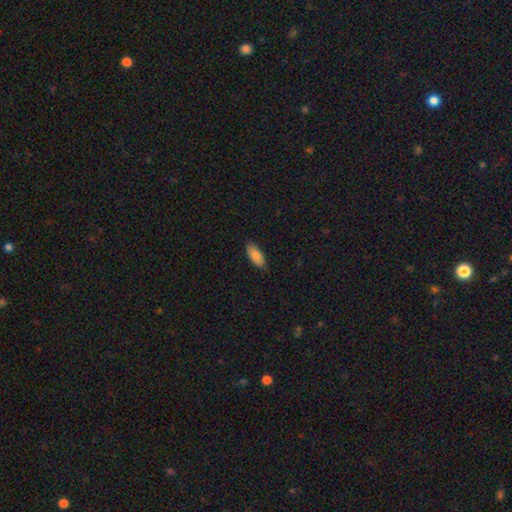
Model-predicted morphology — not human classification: smooth_or_featured: smooth (p=0.82) [alt: featured or disk p=0.12]
how_rounded: in between (p=0.84) [alt: cigar-shaped p=0.14]
merging: none (p=0.82) [alt: minor disturbance p=0.15]